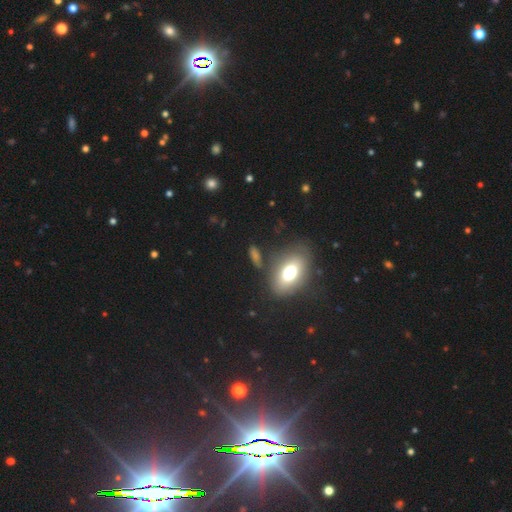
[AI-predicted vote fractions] This appears to be a smooth galaxy with no disk features (63%) that is in between round and cigar-shaped (73%). Merging: none (72%).